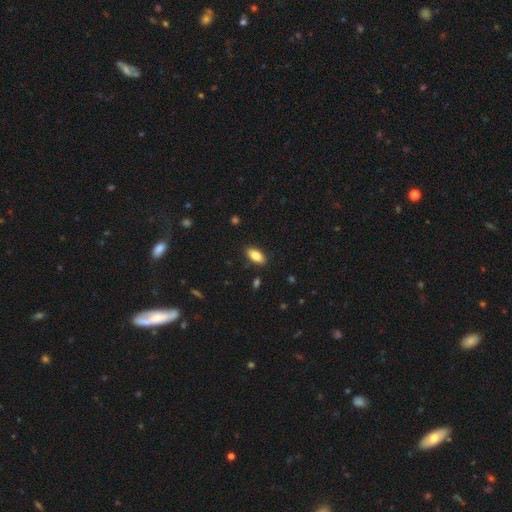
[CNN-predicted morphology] This is clearly a smooth galaxy (81%). How rounded: clearly in between (90%). Merging: clearly none (88%).